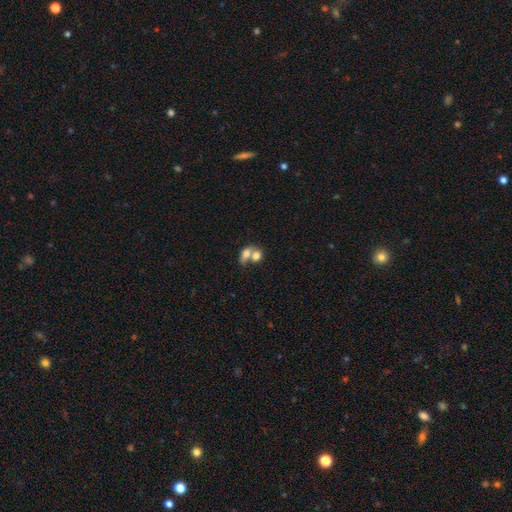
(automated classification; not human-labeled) Smooth or featured? smooth (75%)
How rounded? in between (63%)
Merging? merger (71%)